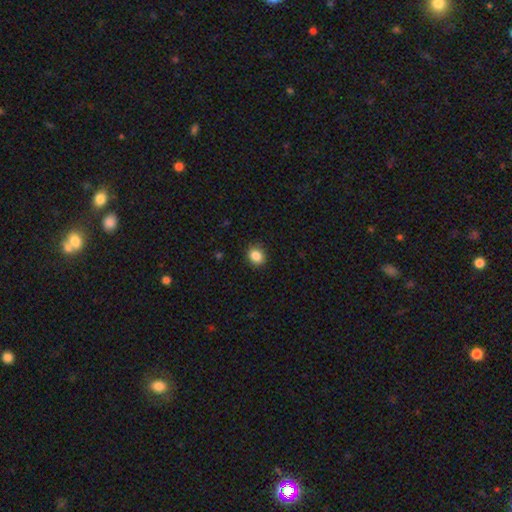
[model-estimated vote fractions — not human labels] This appears to be a smooth galaxy with no disk features (86%) that is round (67%). Merging: none (89%).